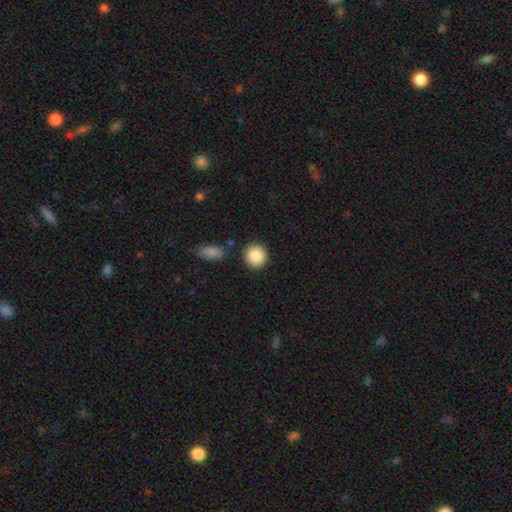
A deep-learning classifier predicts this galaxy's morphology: Smooth or featured: smooth — 87% (star or artifact — 8%)
How rounded: round — 89% (in between — 10%)
Merging: none — 86% (minor disturbance — 7%)